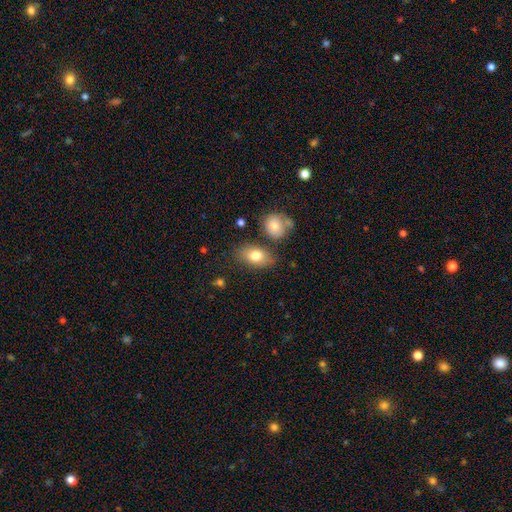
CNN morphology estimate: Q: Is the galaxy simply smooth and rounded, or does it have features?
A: smooth — 78%.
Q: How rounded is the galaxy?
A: in between — 85%.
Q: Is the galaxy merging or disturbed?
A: none — 71%.